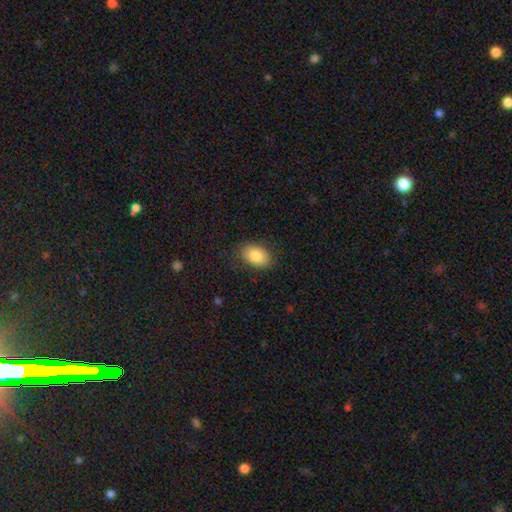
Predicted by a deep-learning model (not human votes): Overall: smooth (84%). How rounded: in between (87%). Merging: none (82%).